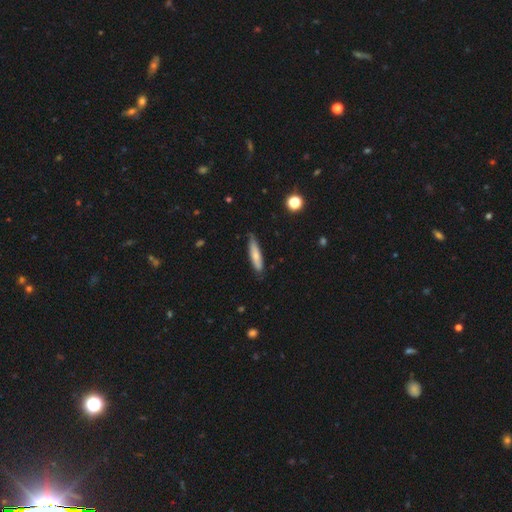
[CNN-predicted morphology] Smooth or featured?
  - smooth: 68% *
  - featured or disk: 26%
  - star or artifact: 6%
How rounded?
  - cigar-shaped: 78% *
  - in between: 20%
  - round: 2%
Merging?
  - none: 75% *
  - minor disturbance: 20%
  - major disturbance: 3%
  - merger: 1%